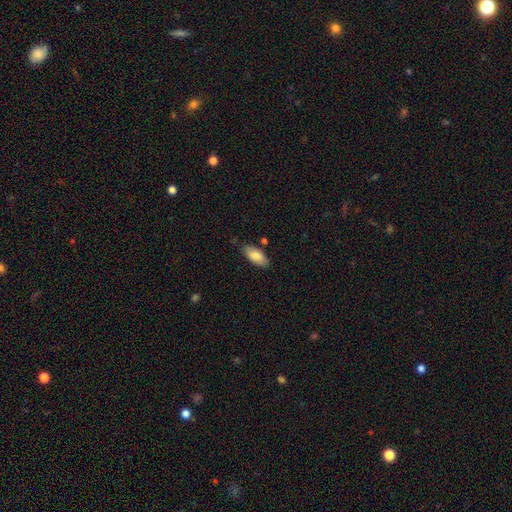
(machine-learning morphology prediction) This appears to be a smooth galaxy with no disk features (84%) that is in between round and cigar-shaped (88%). Merging: none (81%).